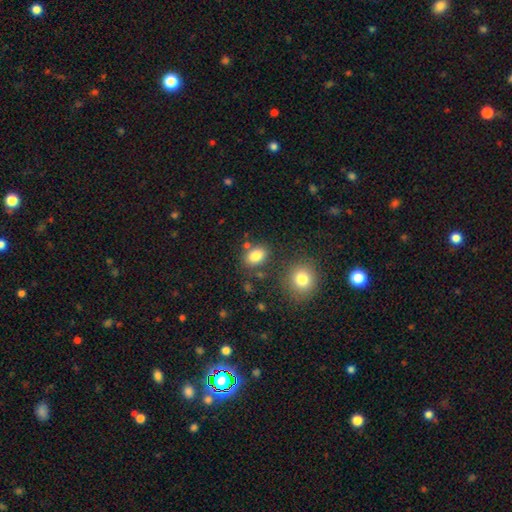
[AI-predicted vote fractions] smooth-or-featured: smooth: 83% | star or artifact: 10% | featured or disk: 7%
  how-rounded: in between: 75% | round: 24% | cigar-shaped: 1%
  merging: none: 75% | minor disturbance: 12% | merger: 9% | major disturbance: 4%